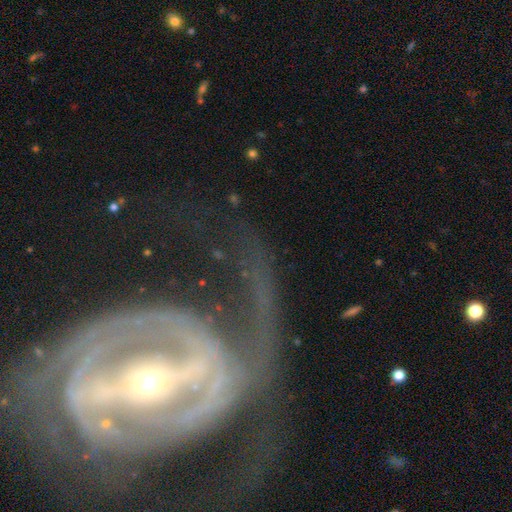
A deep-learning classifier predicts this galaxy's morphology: smooth_or_featured: featured or disk (p=0.86) [alt: smooth p=0.07]
disk_edge_on: no (p=0.95) [alt: yes p=0.05]
bar: strong (p=0.57) [alt: weak p=0.23]
has_spiral_arms: yes (p=0.86) [alt: no p=0.14]
spiral_winding: medium (p=0.40) [tied with: tight p=0.40]
spiral_arm_count: 2 (p=0.64) [alt: can't tell p=0.14]
bulge_size: small (p=0.78) [alt: moderate p=0.16]
merging: none (p=0.47) [alt: major disturbance p=0.32]